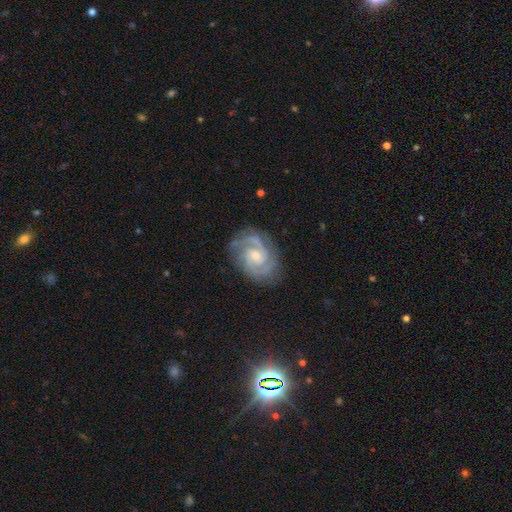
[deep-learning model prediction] Q: Smooth or featured?
A: featured or disk (90%); runner-up: smooth (5%)
Q: Edge-on disk?
A: no (98%); runner-up: yes (2%)
Q: Bar?
A: no (52%); runner-up: weak (40%)
Q: Spiral arms?
A: yes (98%); runner-up: no (2%)
Q: Spiral winding?
A: tight (55%); runner-up: medium (40%)
Q: Spiral arm count?
A: 2 (74%); runner-up: 3 (13%)
Q: Bulge size?
A: small (55%); runner-up: moderate (39%)
Q: Merging?
A: none (79%); runner-up: minor disturbance (15%)